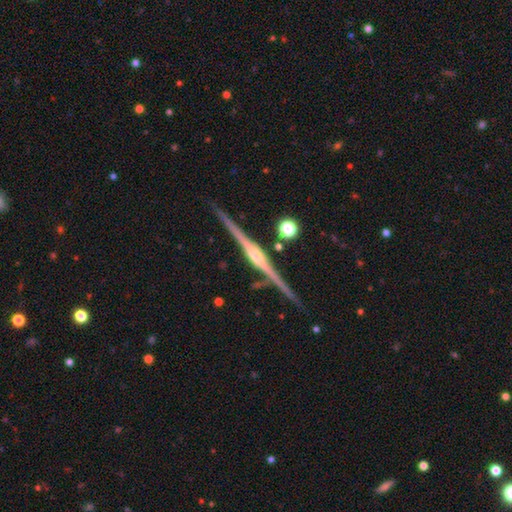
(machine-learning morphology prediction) This is clearly a featured or disk galaxy (89%). It is clearly viewed edge-on (98%). Edge-on bulge: clearly rounded (88%). Merging: clearly none (85%).